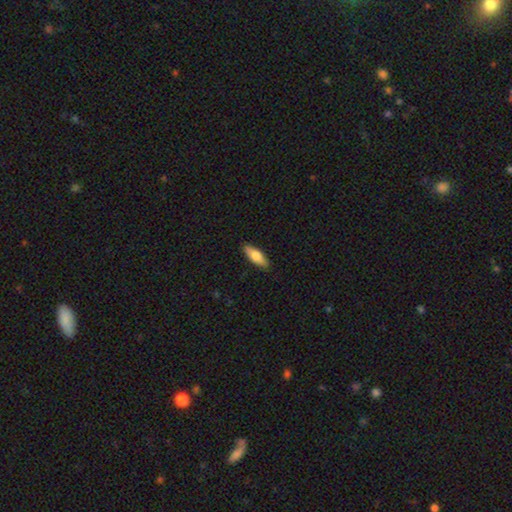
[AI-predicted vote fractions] Smooth or featured? smooth (73%)
How rounded? in between (64%)
Merging? none (88%)